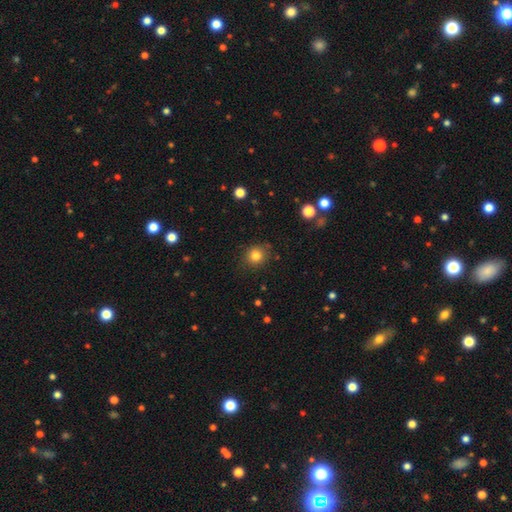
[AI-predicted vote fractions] The model was most divided on "how rounded": round: 82%, in between: 17%, cigar-shaped: 1%. More confident: merging — none (83%); smooth or featured — smooth (81%).